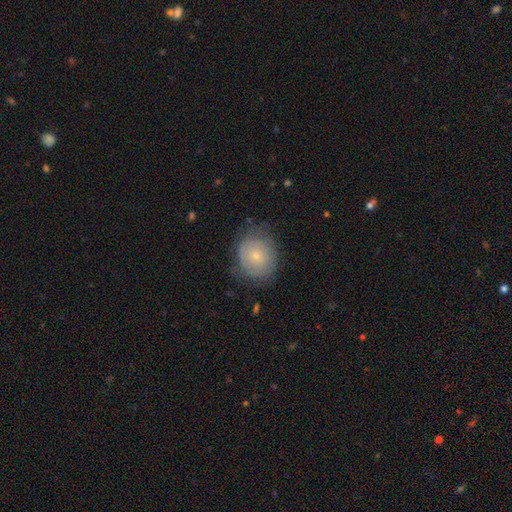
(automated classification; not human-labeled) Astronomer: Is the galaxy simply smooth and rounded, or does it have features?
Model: smooth — 60%.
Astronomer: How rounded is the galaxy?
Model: round — 72%.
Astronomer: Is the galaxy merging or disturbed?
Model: none — 67%.